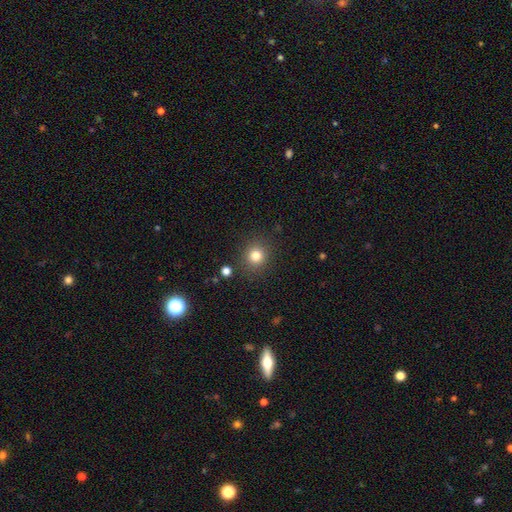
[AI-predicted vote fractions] This is clearly a smooth galaxy (80%). How rounded: clearly round (88%). Merging: clearly none (87%).